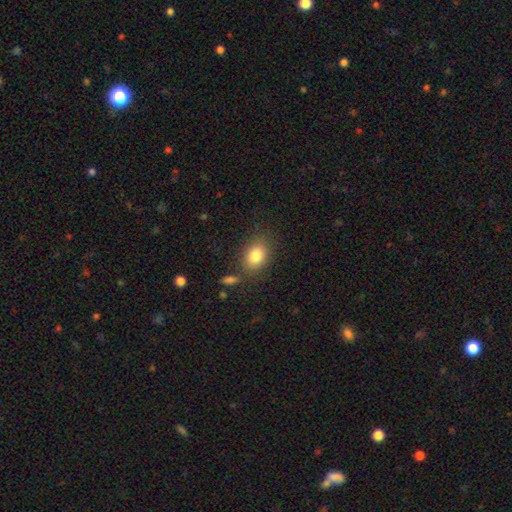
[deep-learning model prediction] The model was most divided on "how rounded": in between: 73%, round: 26%, cigar-shaped: 1%. More confident: smooth or featured — smooth (83%); merging — none (78%).